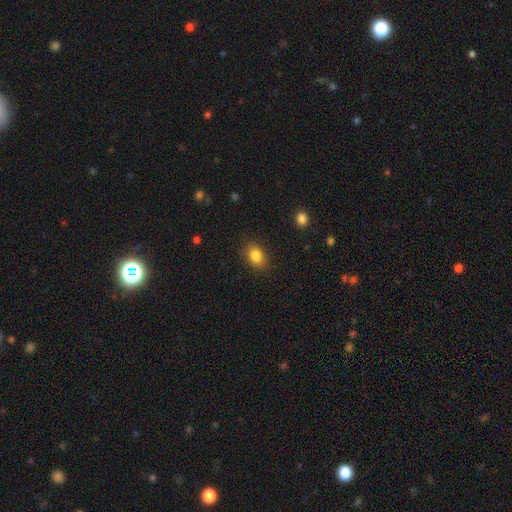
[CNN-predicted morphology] Smooth or featured? smooth (84%)
How rounded? in between (76%)
Merging? none (85%)